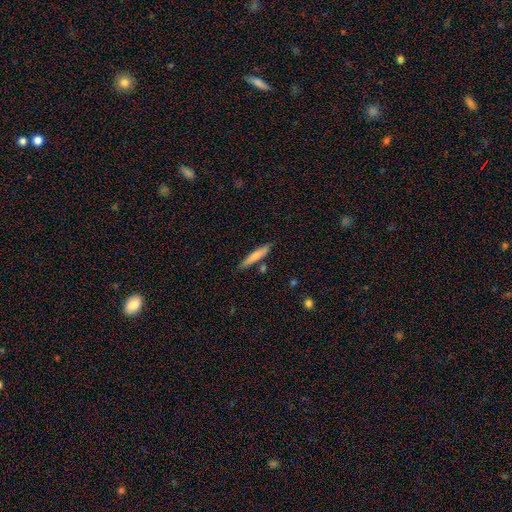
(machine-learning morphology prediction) smooth 67%, featured or disk 27%, star or artifact 6%. Down the decision tree: how rounded — cigar-shaped (90%); merging — none (82%).